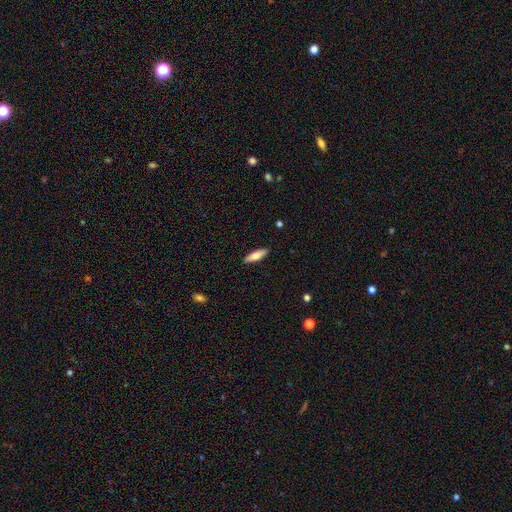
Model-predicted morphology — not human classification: This is likely a smooth galaxy (72%). How rounded: possibly in between (50%). Merging: clearly none (90%).